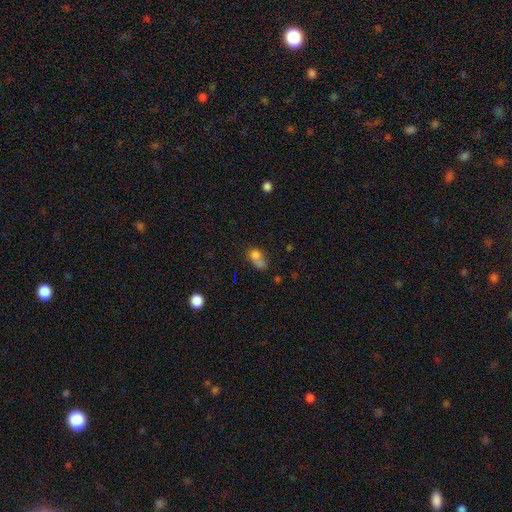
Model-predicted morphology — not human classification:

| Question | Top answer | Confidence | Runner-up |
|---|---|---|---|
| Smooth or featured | smooth | 73% | star or artifact (14%) |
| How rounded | in between | 59% | round (38%) |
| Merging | merger | 38% | none (27%) |